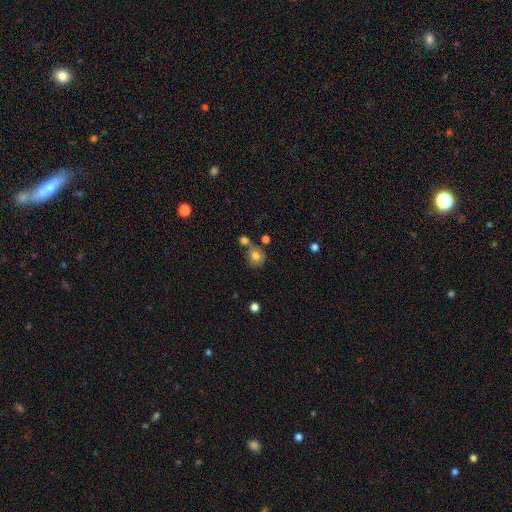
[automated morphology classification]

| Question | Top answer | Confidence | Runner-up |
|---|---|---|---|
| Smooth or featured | smooth | 77% | featured or disk (12%) |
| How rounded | round | 80% | in between (19%) |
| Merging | none | 47% | merger (32%) |